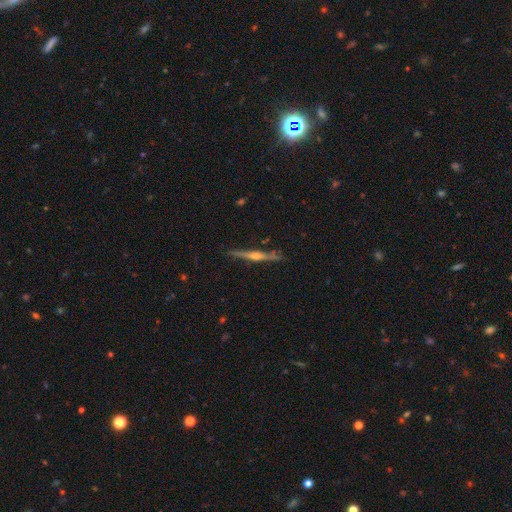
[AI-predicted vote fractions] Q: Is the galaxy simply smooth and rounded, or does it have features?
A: featured or disk — 81%.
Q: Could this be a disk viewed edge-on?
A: yes — 98%.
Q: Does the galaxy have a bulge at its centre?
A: rounded — 91%.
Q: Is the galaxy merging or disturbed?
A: none — 89%.